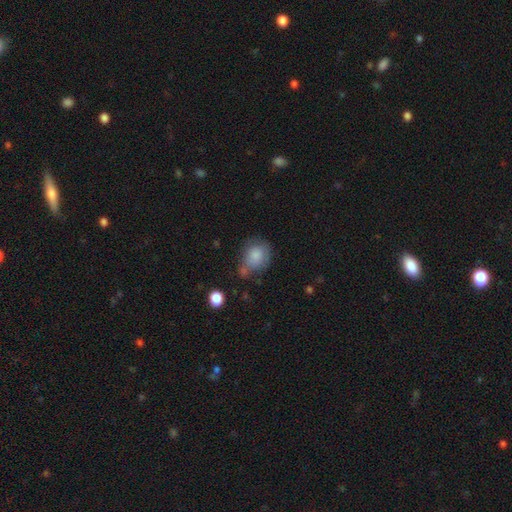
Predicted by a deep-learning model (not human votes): The model was most divided on "how rounded": round: 53%, in between: 45%, cigar-shaped: 1%. Remaining: smooth or featured — smooth (81%); merging — none (47%).